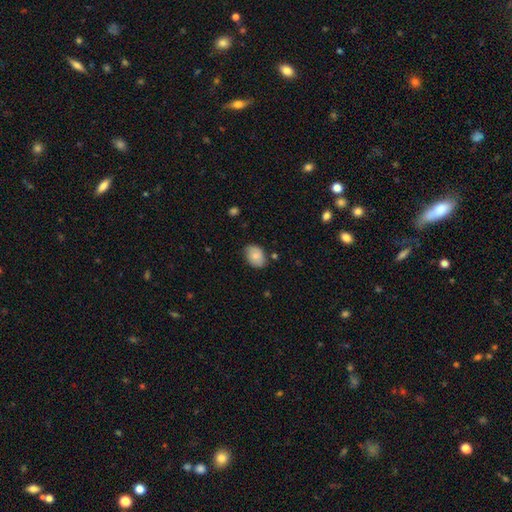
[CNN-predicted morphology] smooth 81%, featured or disk 12%, star or artifact 7%. Down the decision tree: how rounded — in between (76%); merging — none (76%).